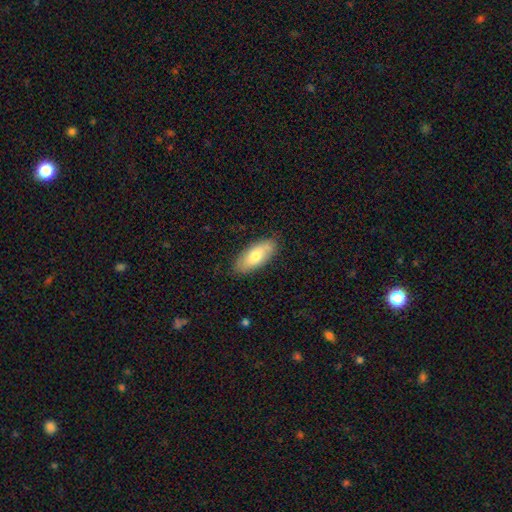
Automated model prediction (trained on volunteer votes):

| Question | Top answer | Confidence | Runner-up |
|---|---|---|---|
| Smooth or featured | smooth | 70% | featured or disk (24%) |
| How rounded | in between | 85% | cigar-shaped (13%) |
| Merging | none | 85% | minor disturbance (12%) |